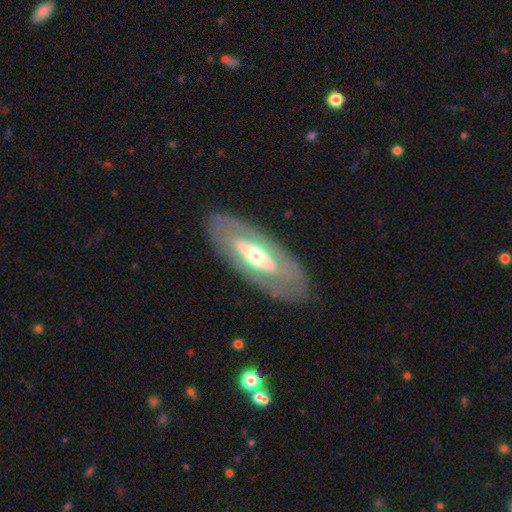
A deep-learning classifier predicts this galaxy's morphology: This is likely a featured or disk galaxy (67%). It is likely not viewed edge-on (80%). Bar: likely no (66%). Spiral arm pattern: likely no (74%). Central bulge: likely moderate (64%). Merging: clearly none (83%).